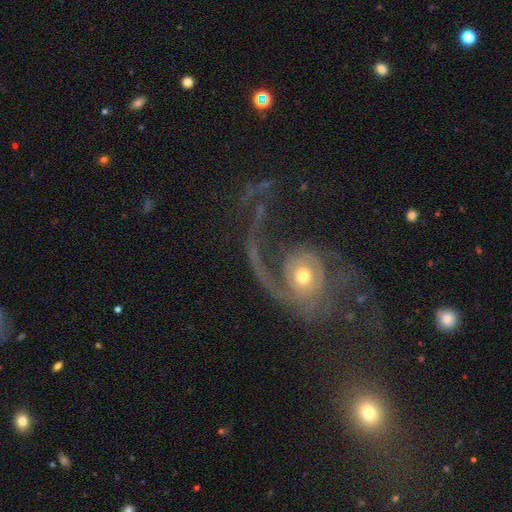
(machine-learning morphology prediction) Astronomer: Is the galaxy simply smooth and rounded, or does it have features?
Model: featured or disk — 86%.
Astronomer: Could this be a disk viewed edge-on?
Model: no — 97%.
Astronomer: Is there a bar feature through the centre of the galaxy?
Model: no — 67%.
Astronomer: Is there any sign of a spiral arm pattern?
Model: yes — 94%.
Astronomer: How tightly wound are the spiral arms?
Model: loose — 50% (runner-up: medium, 38%).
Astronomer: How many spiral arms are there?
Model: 2 — 66%.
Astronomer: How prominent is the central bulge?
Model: moderate — 51% (runner-up: small, 41%).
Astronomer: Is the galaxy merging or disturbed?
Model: none — 40% (runner-up: major disturbance, 39%).